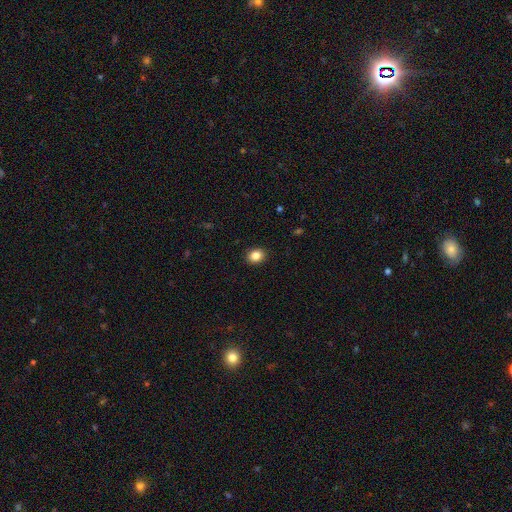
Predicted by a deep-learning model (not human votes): Morphology: type=smooth (85%); roundness=round (57%); merging=none (91%).